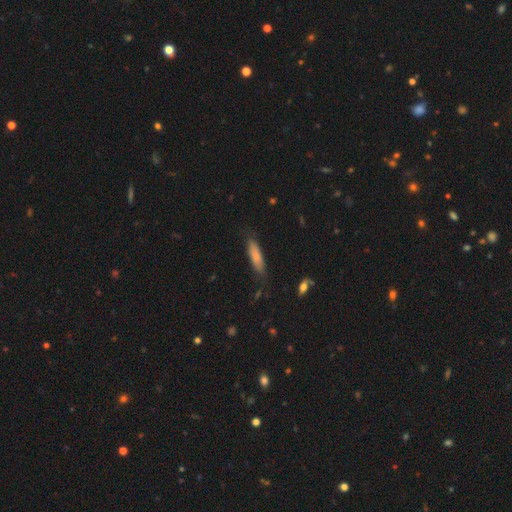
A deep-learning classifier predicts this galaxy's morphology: smooth-or-featured: smooth: 82% | featured or disk: 12% | star or artifact: 6%
  how-rounded: cigar-shaped: 70% | in between: 28% | round: 2%
  merging: none: 78% | minor disturbance: 17% | major disturbance: 4% | merger: 2%